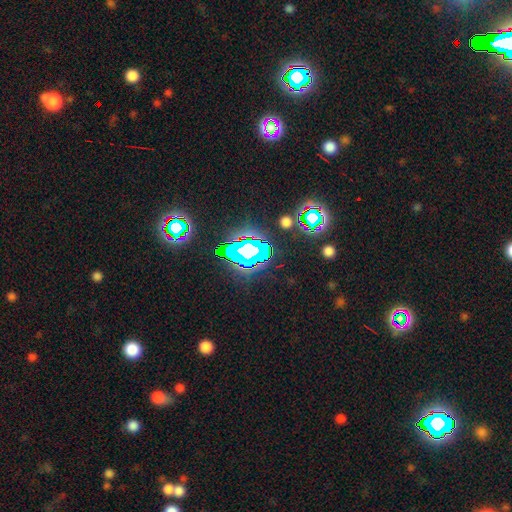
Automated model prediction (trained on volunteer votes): The model was most divided on "smooth or featured": star or artifact: 83%, smooth: 11%, featured or disk: 7%.